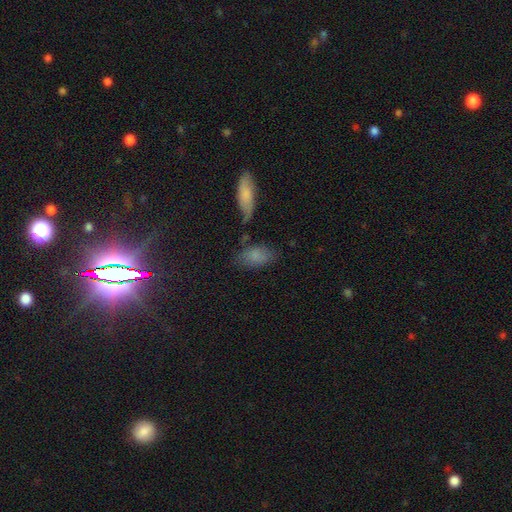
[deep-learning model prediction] This appears to be a smooth galaxy with no disk features (78%) that is in between round and cigar-shaped (90%). Merging: none (57%).